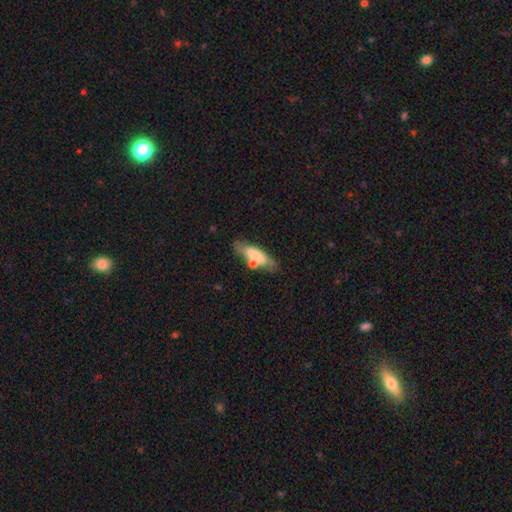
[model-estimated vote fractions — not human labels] Q: Smooth or featured?
A: smooth (70%); runner-up: featured or disk (23%)
Q: How rounded?
A: cigar-shaped (51%); runner-up: in between (47%)
Q: Merging?
A: none (56%); runner-up: merger (19%)